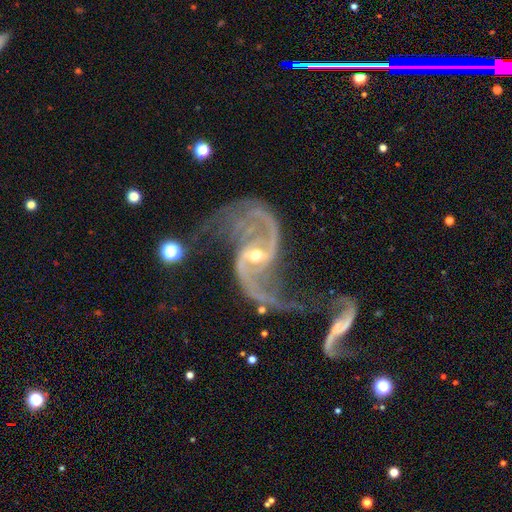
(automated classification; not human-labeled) Smooth or featured: featured or disk — 93% (star or artifact — 4%)
Edge-on disk: no — 98% (yes — 2%)
Bar: weak — 42% (strong — 40%)
Spiral arms: yes — 98% (no — 2%)
Spiral winding: loose — 61% (medium — 29%)
Spiral arm count: 2 — 90% (can't tell — 3%)
Bulge size: moderate — 52% (small — 43%)
Merging: none — 44% (major disturbance — 30%)